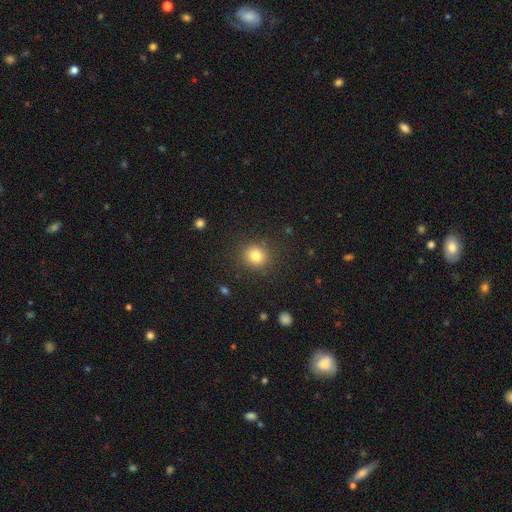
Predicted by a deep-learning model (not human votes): Overall: smooth (81%). How rounded: round (85%). Merging: none (88%).